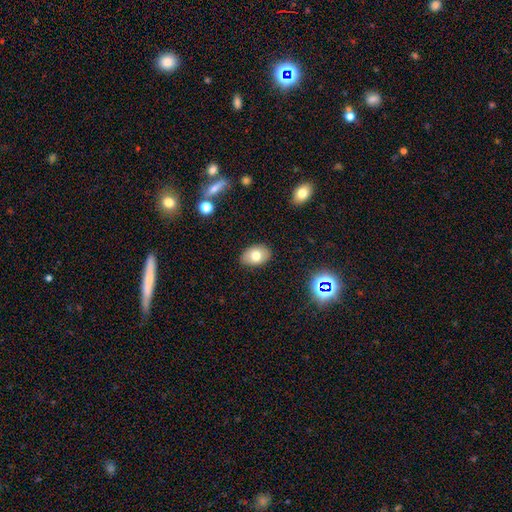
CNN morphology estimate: The model was most divided on "smooth or featured": smooth: 75%, featured or disk: 15%, star or artifact: 10%. More confident: merging — none (86%); how rounded — in between (85%).